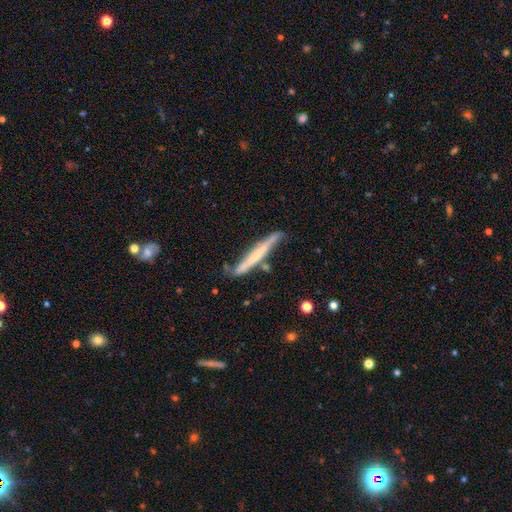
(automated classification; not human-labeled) Smooth or featured: featured or disk — 52% (smooth — 42%)
Edge-on disk: yes — 89% (no — 11%)
Merging: none — 63% (minor disturbance — 26%)